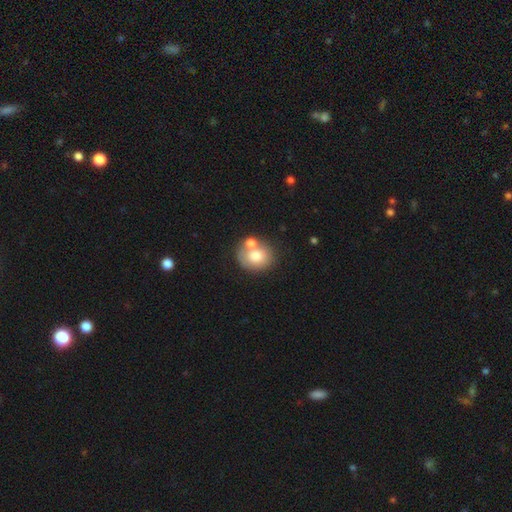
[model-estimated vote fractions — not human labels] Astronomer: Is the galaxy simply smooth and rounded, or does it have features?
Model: smooth — 71%.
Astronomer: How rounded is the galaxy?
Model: round — 71%.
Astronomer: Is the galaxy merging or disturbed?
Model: none — 51% (runner-up: merger, 31%).